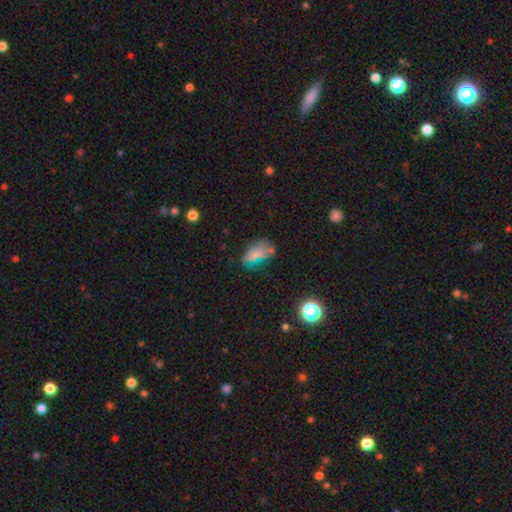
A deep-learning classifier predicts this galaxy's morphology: Smooth or featured? Predicted: smooth (p=0.56). How rounded? Predicted: in between (p=0.88). Merging? Predicted: none (p=0.51).